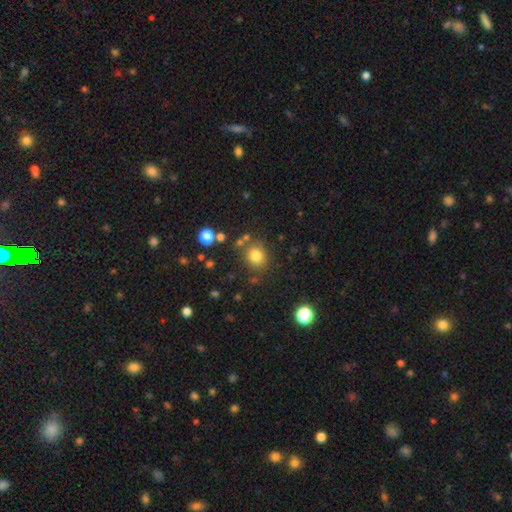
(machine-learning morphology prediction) Overall: smooth (80%). How rounded: round (80%). Merging: none (79%).